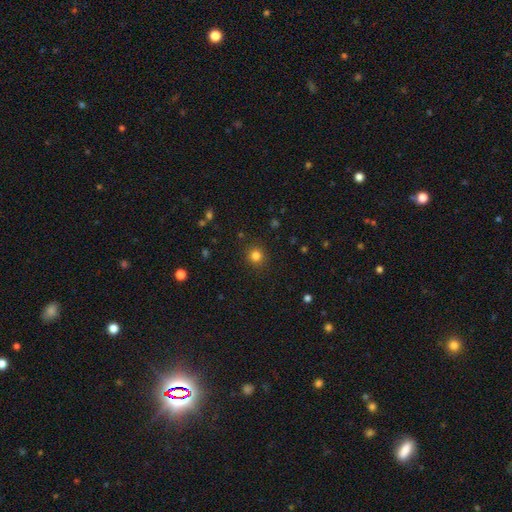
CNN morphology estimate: This appears to be a smooth galaxy with no disk features (82%) that is round (92%). Merging: none (90%).